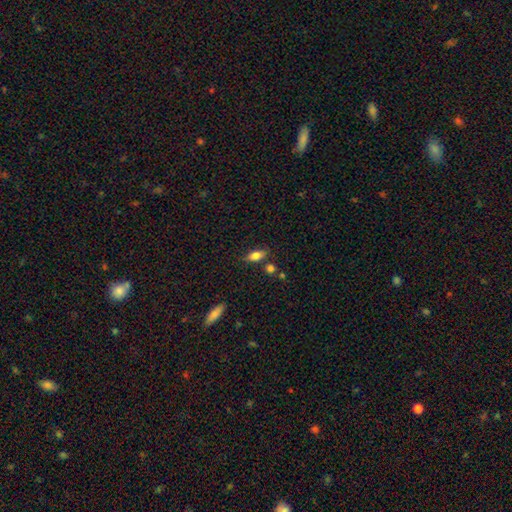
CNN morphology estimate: smooth-or-featured: smooth: 78% | featured or disk: 13% | star or artifact: 9%
  how-rounded: in between: 82% | cigar-shaped: 12% | round: 6%
  merging: none: 75% | minor disturbance: 15% | merger: 7% | major disturbance: 4%